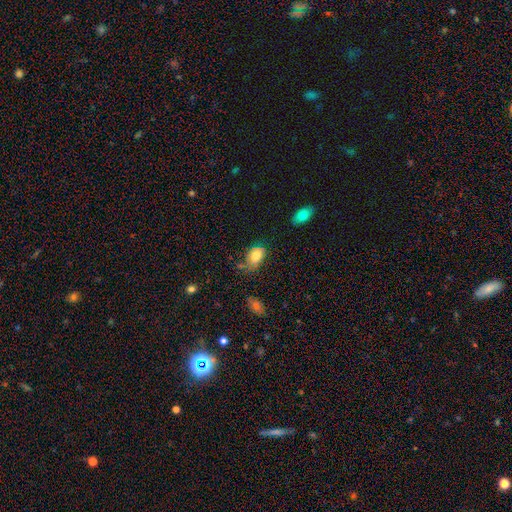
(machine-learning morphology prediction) Overall: smooth (75%). How rounded: in between (88%). Merging: none (49%; minor disturbance 33%).